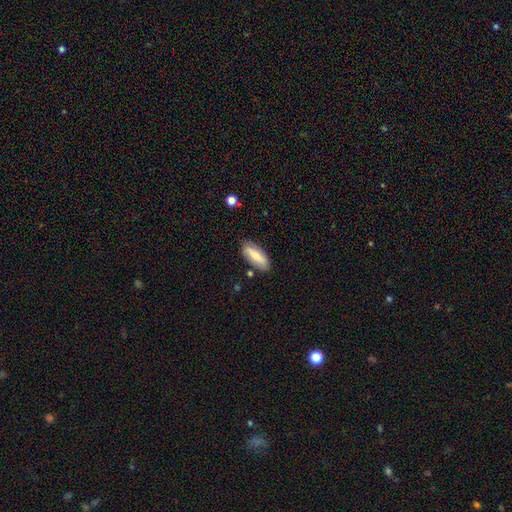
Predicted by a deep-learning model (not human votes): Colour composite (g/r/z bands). It shows a smooth galaxy with no disk features (71%) that is in between round and cigar-shaped (62%). Merging: none (82%).